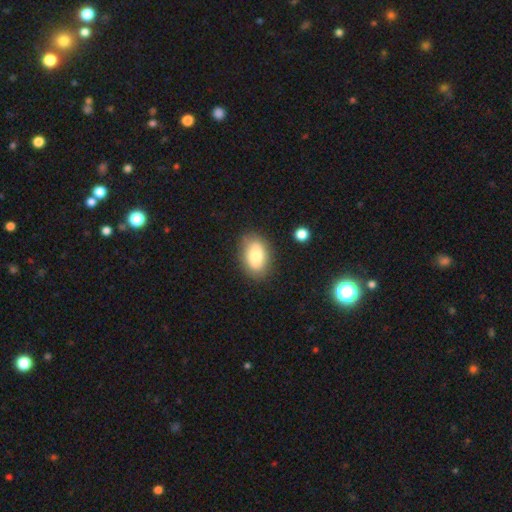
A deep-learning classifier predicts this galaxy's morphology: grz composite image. It shows a smooth galaxy with no disk features (77%) that is in between round and cigar-shaped (86%). Merging: none (83%).